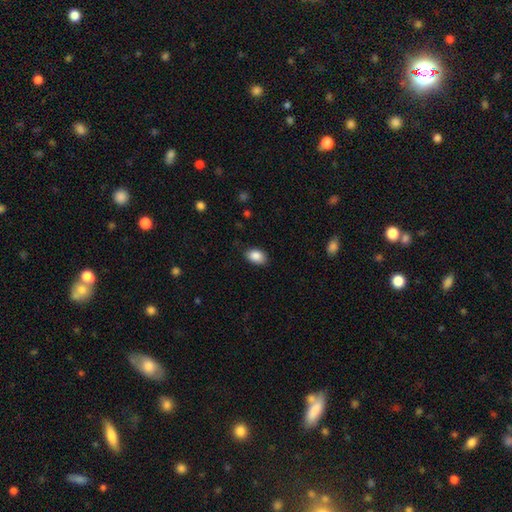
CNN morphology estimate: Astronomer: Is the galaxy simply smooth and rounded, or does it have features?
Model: smooth — 88%.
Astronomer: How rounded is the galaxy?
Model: in between — 87%.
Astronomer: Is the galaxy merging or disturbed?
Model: none — 83%.